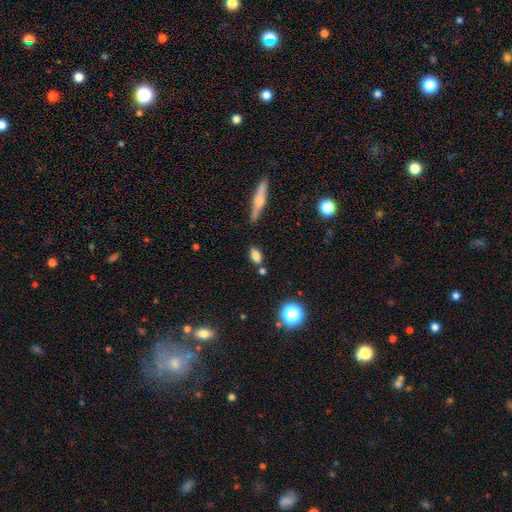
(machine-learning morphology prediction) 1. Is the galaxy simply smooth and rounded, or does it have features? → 76% smooth, 12% featured or disk, 11% star or artifact.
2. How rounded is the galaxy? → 81% in between, 11% round, 8% cigar-shaped.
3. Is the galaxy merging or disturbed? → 73% none, 13% minor disturbance, 10% merger, 3% major disturbance.